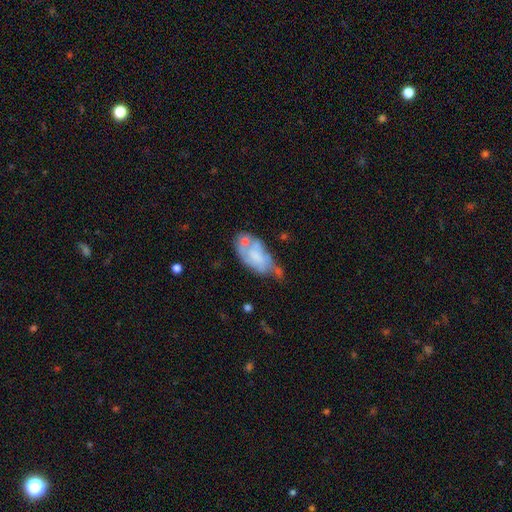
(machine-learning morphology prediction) The model was most divided on "merging": minor disturbance: 33%, none: 26%, major disturbance: 23%, merger: 18%. More confident: edge-on disk — no (95%); smooth or featured — featured or disk (51%).